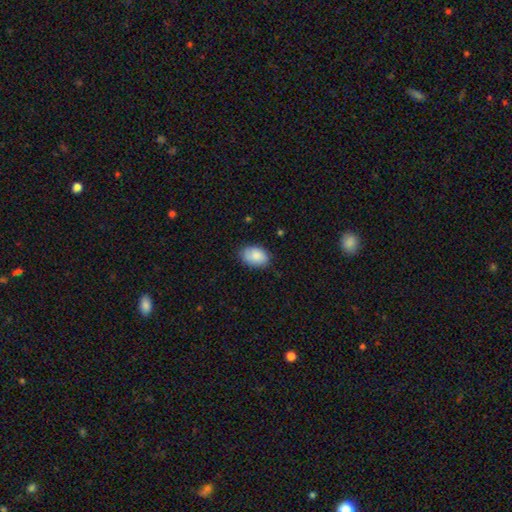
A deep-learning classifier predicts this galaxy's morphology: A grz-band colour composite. It shows a smooth galaxy with no disk features (86%) that is in between round and cigar-shaped (84%). Merging: none (80%).